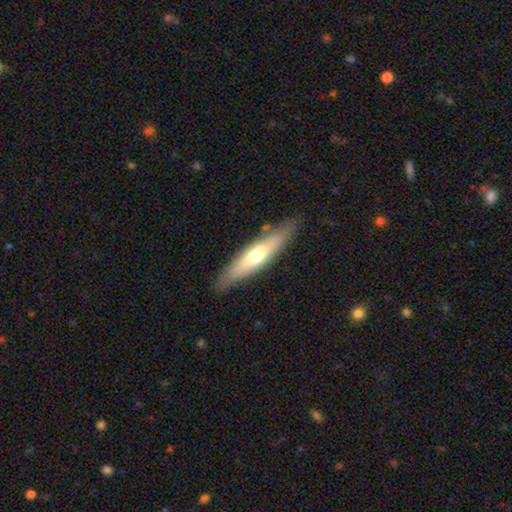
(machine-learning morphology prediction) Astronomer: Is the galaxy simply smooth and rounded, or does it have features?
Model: smooth — 50% (runner-up: featured or disk, 45%).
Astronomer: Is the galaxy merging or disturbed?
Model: none — 85%.